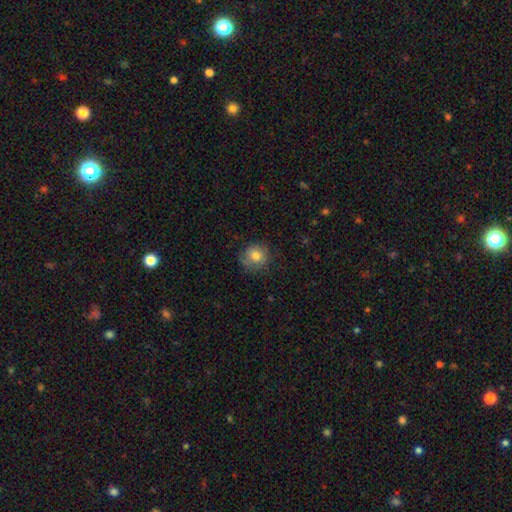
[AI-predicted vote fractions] smooth_or_featured: smooth (p=0.76) [alt: featured or disk p=0.15]
how_rounded: round (p=0.88) [alt: in between p=0.11]
merging: none (p=0.75) [alt: minor disturbance p=0.18]